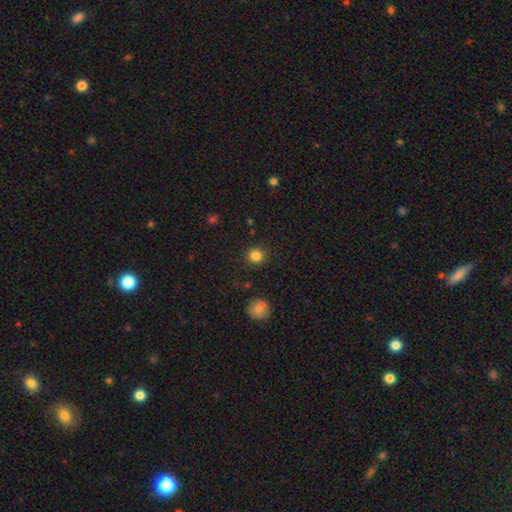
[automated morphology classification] This is clearly a smooth galaxy (84%). How rounded: clearly round (92%). Merging: clearly none (90%).